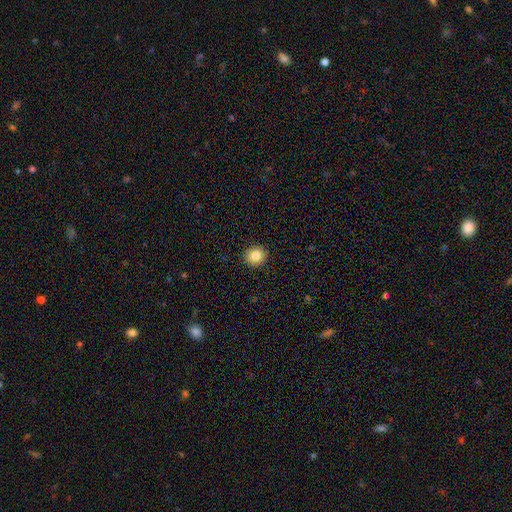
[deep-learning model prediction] Overall: smooth (83%). How rounded: round (90%). Merging: none (93%).